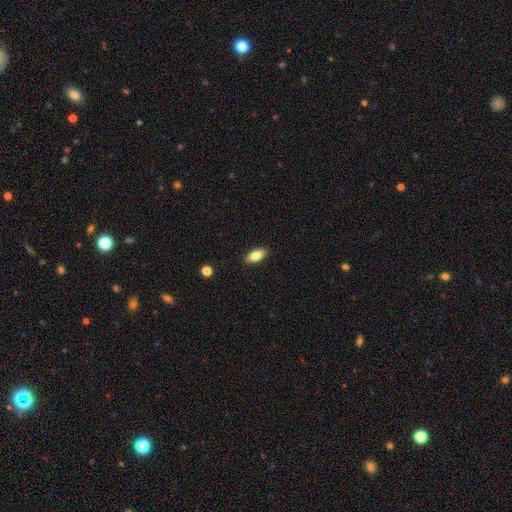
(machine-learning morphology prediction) Smooth or featured?
  - smooth: 79% *
  - featured or disk: 14%
  - star or artifact: 7%
How rounded?
  - in between: 87% *
  - cigar-shaped: 10%
  - round: 3%
Merging?
  - none: 89% *
  - minor disturbance: 8%
  - major disturbance: 2%
  - merger: 1%